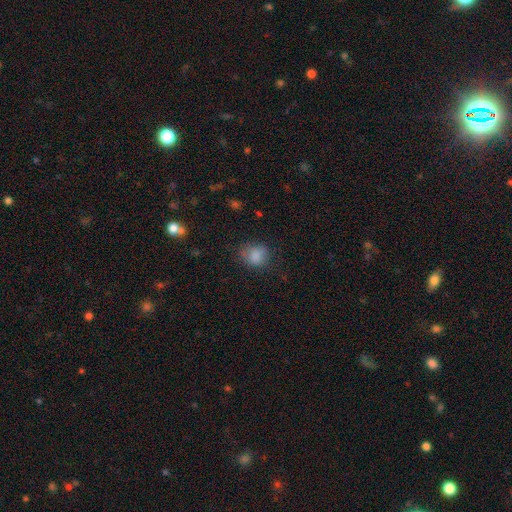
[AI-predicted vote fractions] A smooth galaxy with no disk features (81%) that is round (62%).

Vote fractions:
- Smooth or featured? smooth: 81% / star or artifact: 11% / featured or disk: 8%
- How rounded? round: 62% / in between: 37% / cigar-shaped: 1%
- Merging? none: 64% / minor disturbance: 24% / major disturbance: 10% / merger: 2%